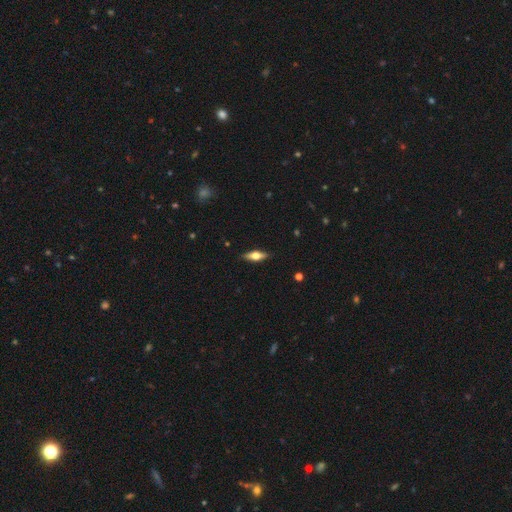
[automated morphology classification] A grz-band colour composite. It shows a featured or disk galaxy (47%, tied with smooth). Merging: none (88%).